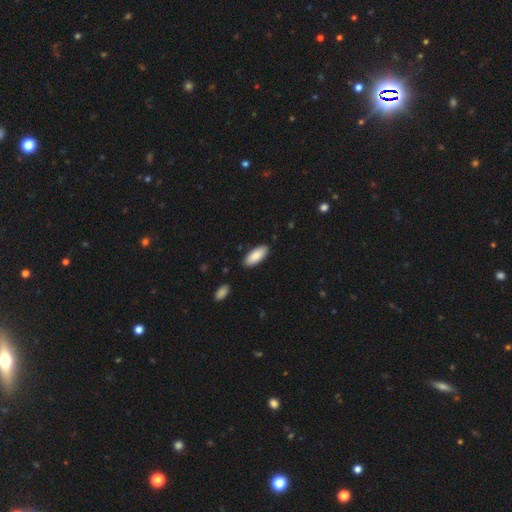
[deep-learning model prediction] Smooth or featured? smooth (88%)
How rounded? in between (83%)
Merging? none (88%)